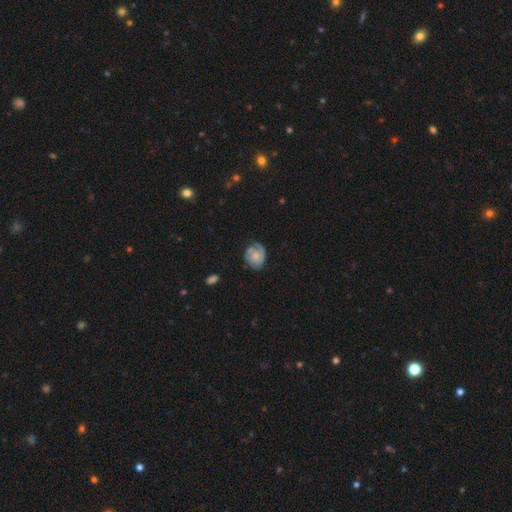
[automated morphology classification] A featured or disk galaxy (57%) with no bar (79%), spiral arms (83%) and a small central bulge (49%). Merging: none (53%).